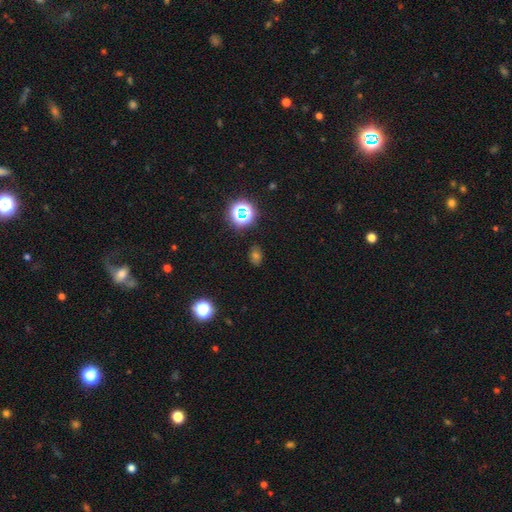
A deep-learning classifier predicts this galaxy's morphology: Smooth or featured: smooth — 51% (star or artifact — 41%)
How rounded: in between — 50% (round — 48%)
Merging: none — 84% (minor disturbance — 11%)